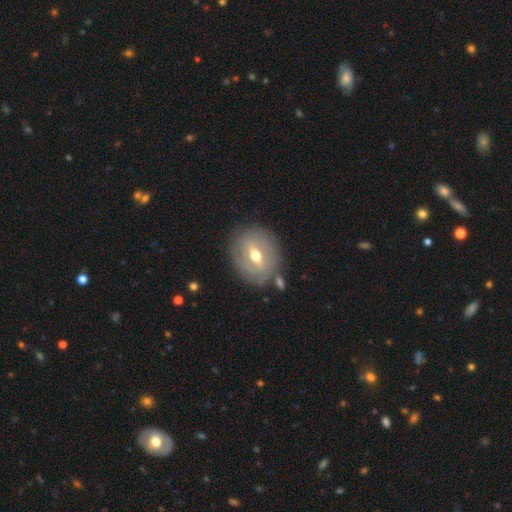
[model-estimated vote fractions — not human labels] A featured or disk galaxy (60%) with a weak bar (50%), no spiral arms (60%) and a moderate central bulge (76%). Merging: none (78%).